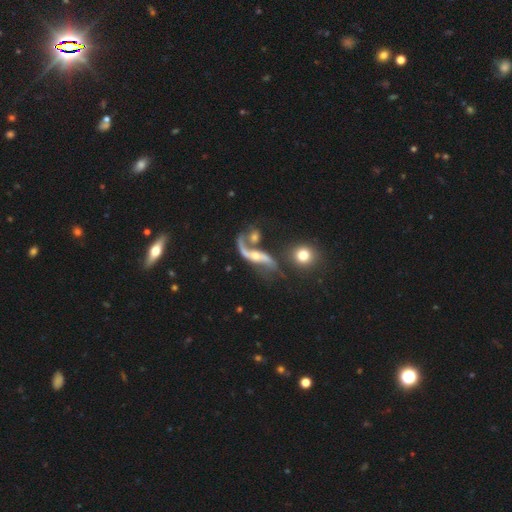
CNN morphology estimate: Overall: featured or disk (85%). Edge-on disk: no (92%). Bar: no (50%; weak 32%). Spiral arms: yes (91%). Spiral arm count: 2 (84%). Spiral winding: loose (88%). Bulge size: moderate (46%; small 41%). Merging: merger (33%; none 32%).